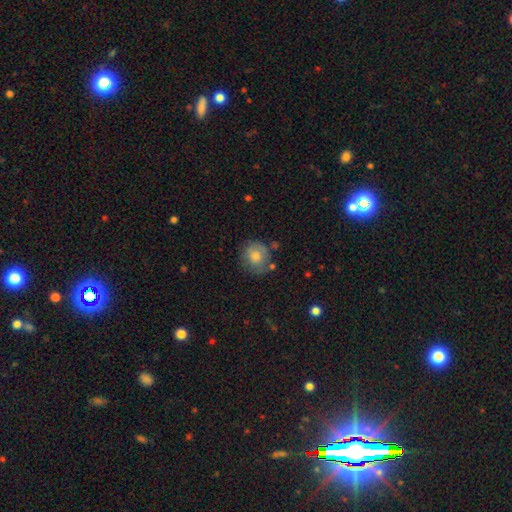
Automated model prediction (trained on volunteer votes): smooth 75%, featured or disk 17%, star or artifact 8%. Down the decision tree: how rounded — round (80%); merging — none (66%).